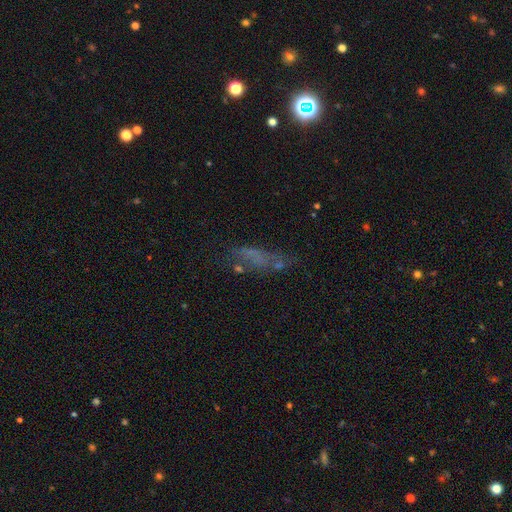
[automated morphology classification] This is marginally a smooth galaxy (43%). Merging: possibly none (46%).